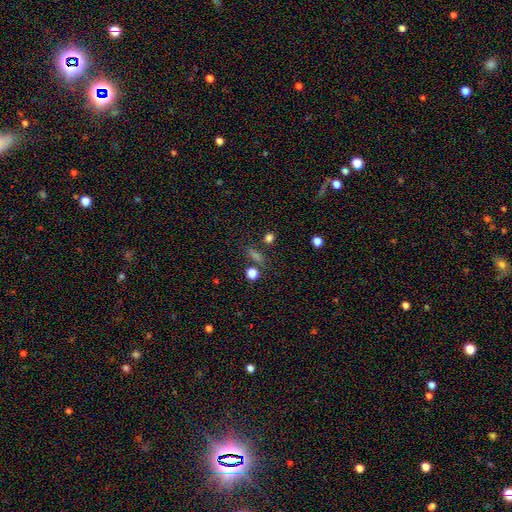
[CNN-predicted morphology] Smooth or featured: smooth — 52% (star or artifact — 38%)
How rounded: in between — 54% (round — 32%)
Merging: none — 71% (minor disturbance — 12%)